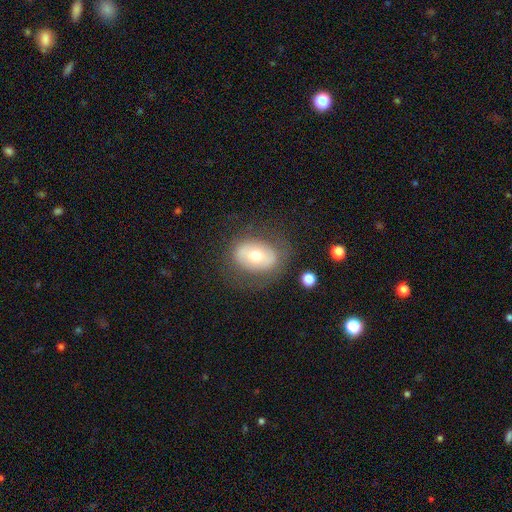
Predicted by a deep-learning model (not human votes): Q: Smooth or featured?
A: smooth (49%); runner-up: featured or disk (42%)
Q: Merging?
A: none (73%); runner-up: minor disturbance (15%)